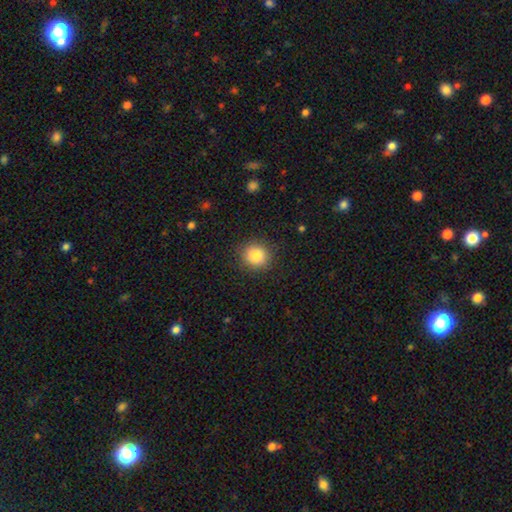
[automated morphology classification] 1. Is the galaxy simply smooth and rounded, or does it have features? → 84% smooth, 10% star or artifact, 6% featured or disk.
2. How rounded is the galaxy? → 88% round, 11% in between, 1% cigar-shaped.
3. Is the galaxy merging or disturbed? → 89% none, 8% minor disturbance, 3% major disturbance, 1% merger.